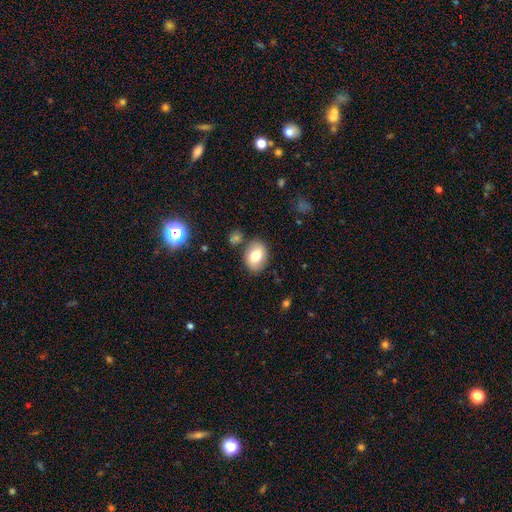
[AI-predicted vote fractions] Smooth or featured? smooth (73%)
How rounded? in between (71%)
Merging? none (78%)